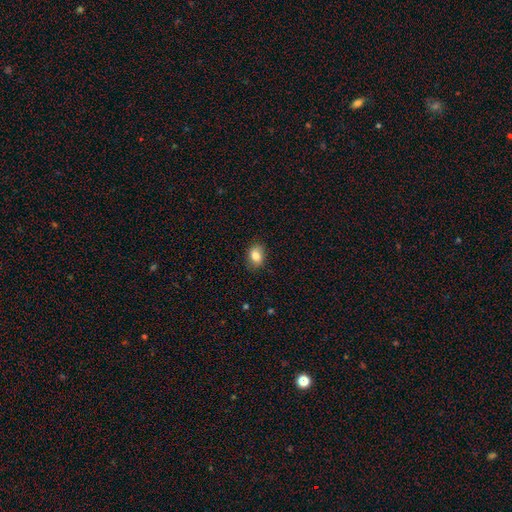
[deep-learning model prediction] Q: Smooth or featured?
A: smooth (83%); runner-up: star or artifact (9%)
Q: How rounded?
A: in between (66%); runner-up: round (32%)
Q: Merging?
A: none (85%); runner-up: minor disturbance (11%)